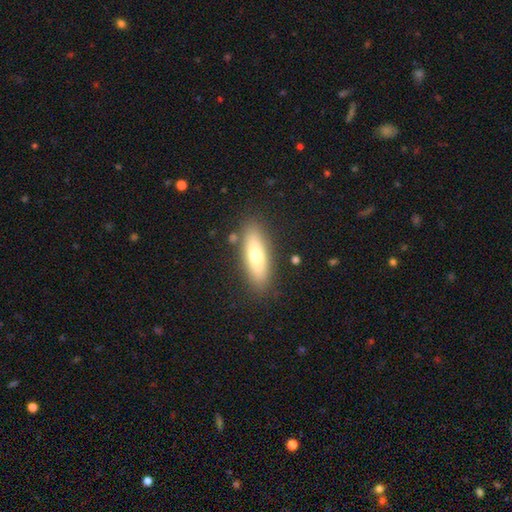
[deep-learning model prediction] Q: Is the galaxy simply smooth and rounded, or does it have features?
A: smooth — 66%.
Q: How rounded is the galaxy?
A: in between — 51%.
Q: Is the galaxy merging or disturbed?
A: none — 84%.